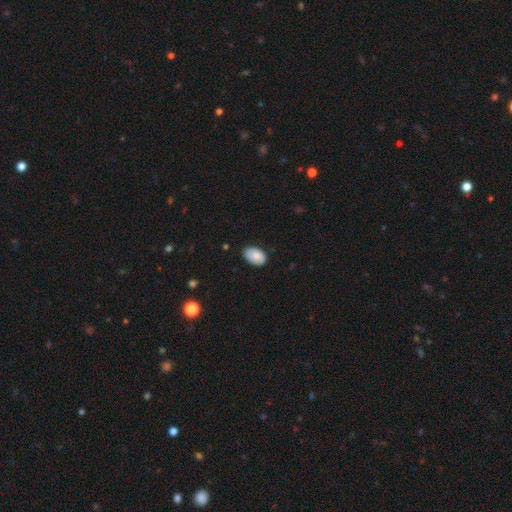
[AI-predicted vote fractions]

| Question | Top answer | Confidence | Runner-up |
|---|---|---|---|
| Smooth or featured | smooth | 84% | featured or disk (9%) |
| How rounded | in between | 90% | round (8%) |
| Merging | none | 80% | minor disturbance (16%) |